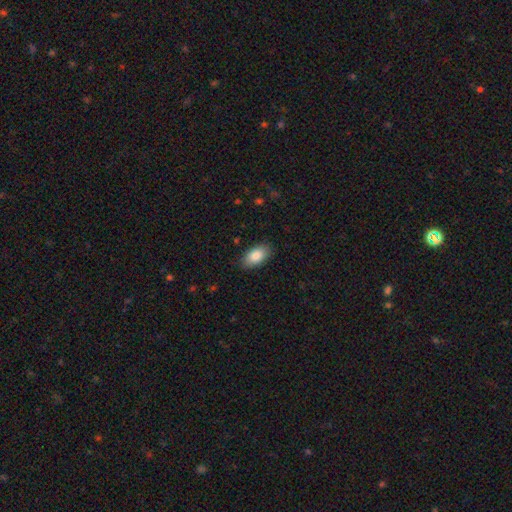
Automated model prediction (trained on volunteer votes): smooth-or-featured: smooth: 86% | featured or disk: 7% | star or artifact: 7%
  how-rounded: in between: 94% | round: 4% | cigar-shaped: 2%
  merging: none: 87% | minor disturbance: 10% | major disturbance: 2% | merger: 1%